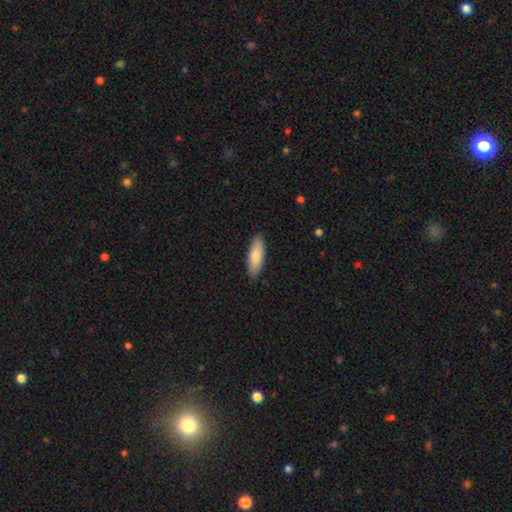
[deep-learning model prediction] Morphology: type=smooth (82%); roundness=in between (58%); merging=none (88%).